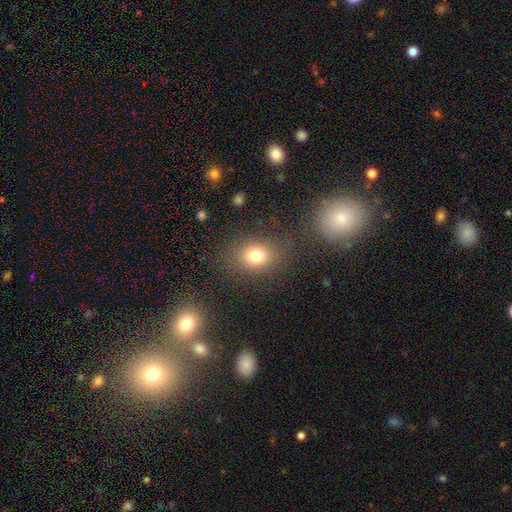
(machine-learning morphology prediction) smooth-or-featured: smooth: 77% | star or artifact: 13% | featured or disk: 10%
  how-rounded: round: 53% | in between: 46% | cigar-shaped: 1%
  merging: none: 77% | minor disturbance: 12% | major disturbance: 7% | merger: 4%